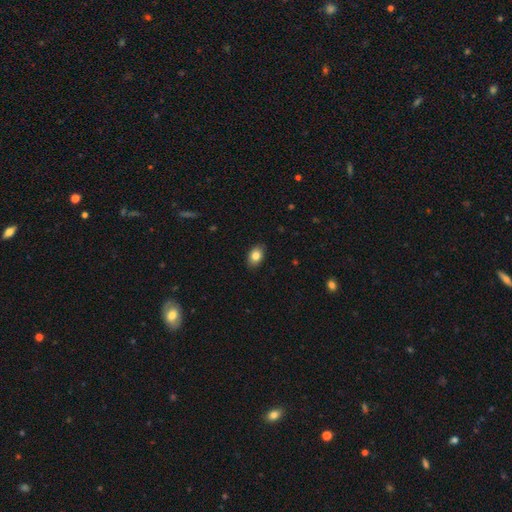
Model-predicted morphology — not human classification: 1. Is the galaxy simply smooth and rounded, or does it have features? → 82% smooth, 9% featured or disk, 8% star or artifact.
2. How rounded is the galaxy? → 83% in between, 15% round, 1% cigar-shaped.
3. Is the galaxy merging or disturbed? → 88% none, 9% minor disturbance, 2% major disturbance, 1% merger.